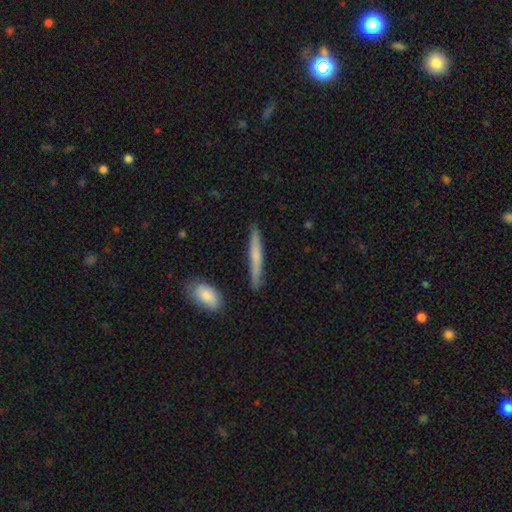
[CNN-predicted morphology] This appears to be a smooth galaxy with no disk features (58%) that is cigar-shaped (94%). Merging: none (88%).